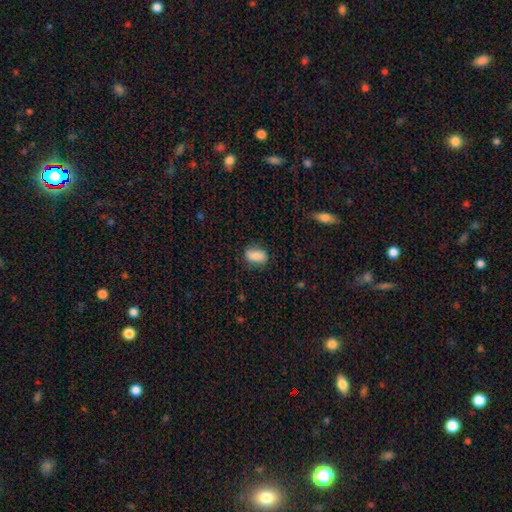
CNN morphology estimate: smooth 84%, featured or disk 8%, star or artifact 7%. Down the decision tree: how rounded — in between (87%); merging — none (72%).